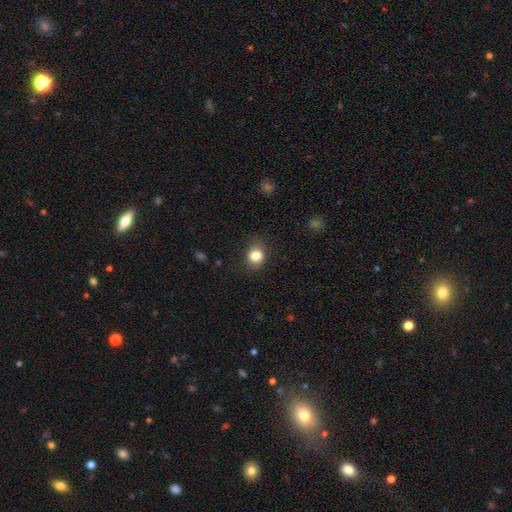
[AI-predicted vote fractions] Overall: smooth (83%). How rounded: round (63%; in between 36%). Merging: none (80%).